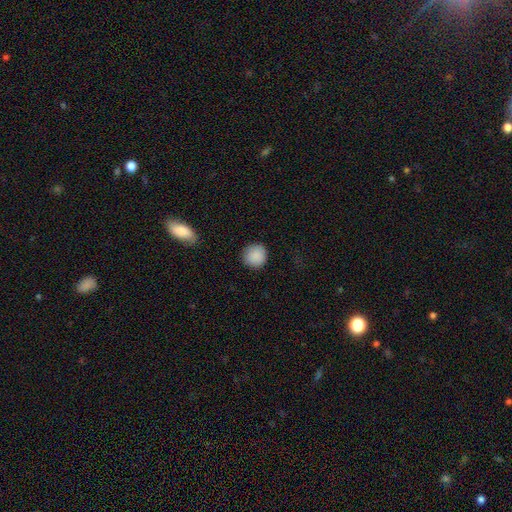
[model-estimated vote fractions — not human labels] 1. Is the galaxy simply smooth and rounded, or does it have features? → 89% smooth, 8% star or artifact, 3% featured or disk.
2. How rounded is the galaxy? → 93% round, 6% in between, 1% cigar-shaped.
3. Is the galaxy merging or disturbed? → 89% none, 7% minor disturbance, 2% major disturbance, 1% merger.